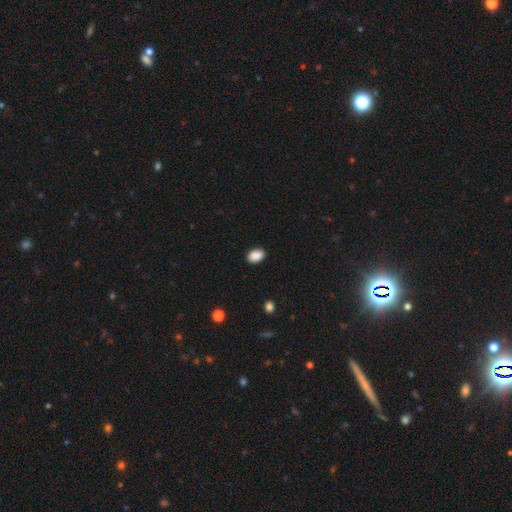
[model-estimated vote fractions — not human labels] The model was most divided on "how rounded": in between: 83%, round: 16%, cigar-shaped: 1%. More confident: smooth or featured — smooth (89%); merging — none (88%).